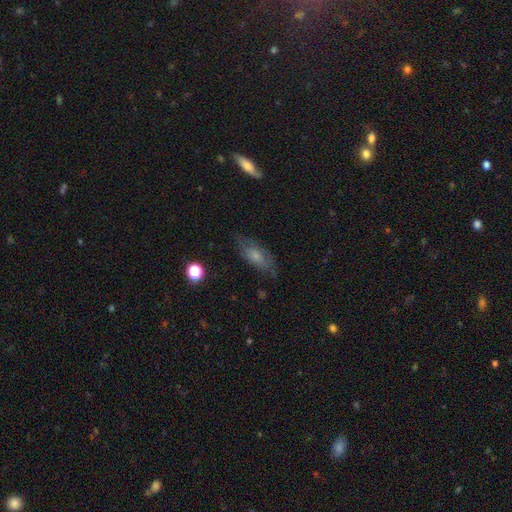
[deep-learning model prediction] This appears to be a smooth galaxy with no disk features (60%) that is in between round and cigar-shaped (79%). Merging: none (69%).